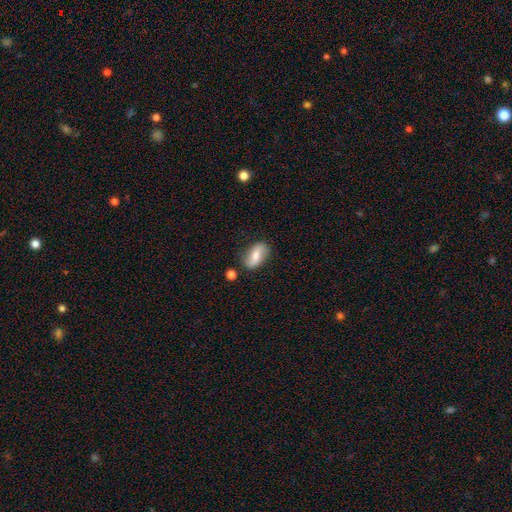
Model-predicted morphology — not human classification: Overall: smooth (53%; featured or disk 40%). How rounded: in between (88%). Merging: none (76%).